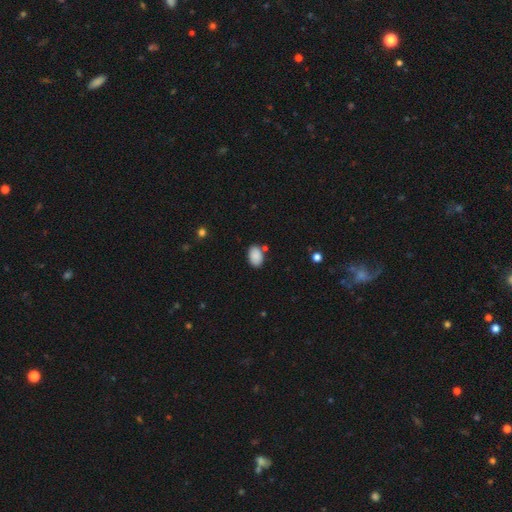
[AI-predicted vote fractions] A smooth galaxy with no disk features (88%) that is in between round and cigar-shaped (89%).

Vote fractions:
- Smooth or featured? smooth: 88% / star or artifact: 7% / featured or disk: 5%
- How rounded? in between: 89% / round: 10% / cigar-shaped: 1%
- Merging? none: 77% / minor disturbance: 14% / merger: 6% / major disturbance: 3%